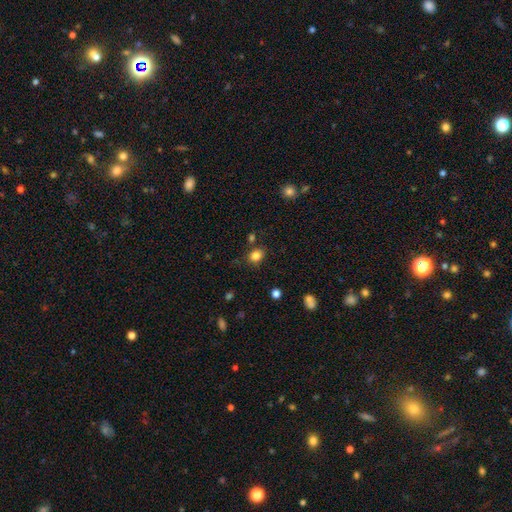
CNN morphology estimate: smooth_or_featured: smooth (p=0.83) [alt: star or artifact p=0.11]
how_rounded: round (p=0.56) [alt: in between p=0.43]
merging: none (p=0.76) [alt: minor disturbance p=0.15]